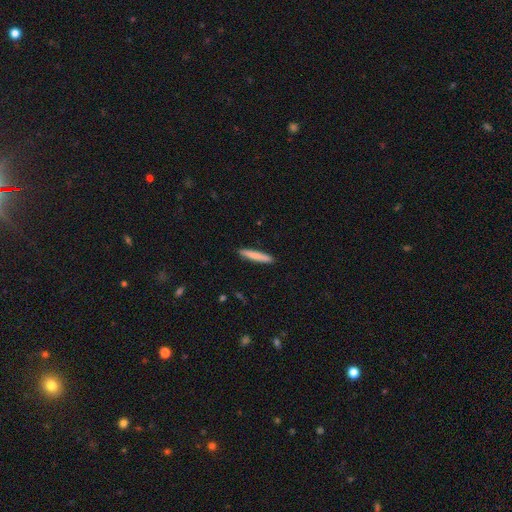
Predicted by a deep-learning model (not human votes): smooth 81%, featured or disk 14%, star or artifact 6%. Down the decision tree: how rounded — cigar-shaped (94%); merging — none (91%).